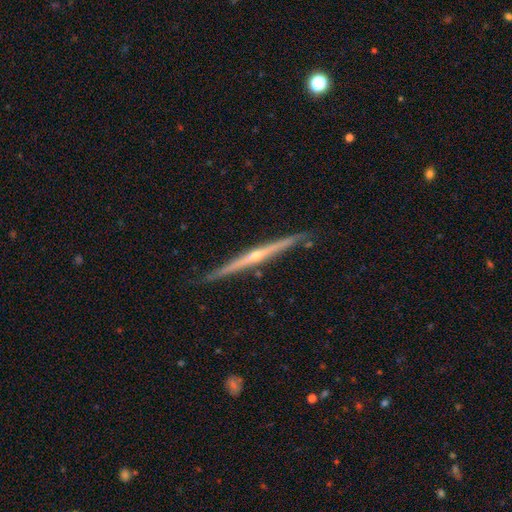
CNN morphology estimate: type=featured or disk (84%); edge-on=yes (98%); edge-on bulge=rounded (77%); merging=none (88%).